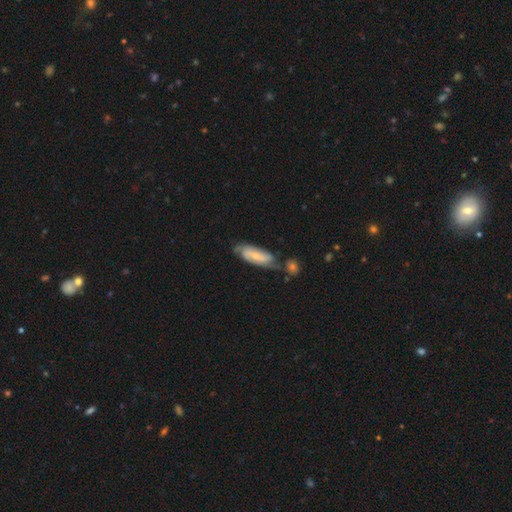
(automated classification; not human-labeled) Overall: featured or disk (63%; smooth 30%). Edge-on disk: no (89%). Bar: no (49%; weak 36%). Spiral arms: yes (90%). Spiral arm count: 2 (62%; can't tell 23%). Spiral winding: tight (43%; medium 40%). Bulge size: small (63%; moderate 30%). Merging: none (57%; minor disturbance 20%).